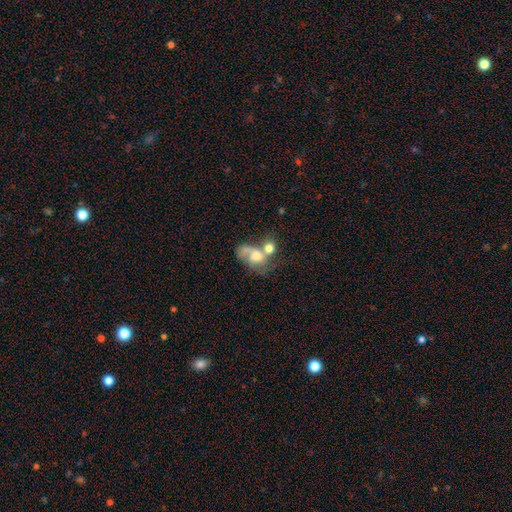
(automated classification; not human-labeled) Smooth or featured?
  - smooth: 48% *
  - featured or disk: 42%
  - star or artifact: 10%
Merging?
  - merger: 63% *
  - major disturbance: 15%
  - none: 14%
  - minor disturbance: 8%